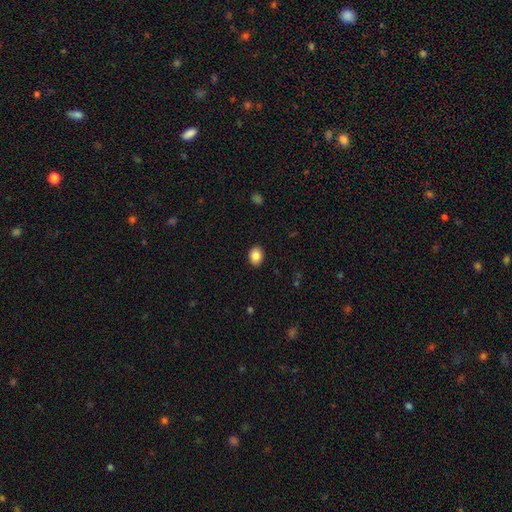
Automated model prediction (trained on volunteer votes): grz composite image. It shows a smooth galaxy with no disk features (86%) that is in between round and cigar-shaped (61%). Merging: none (91%).